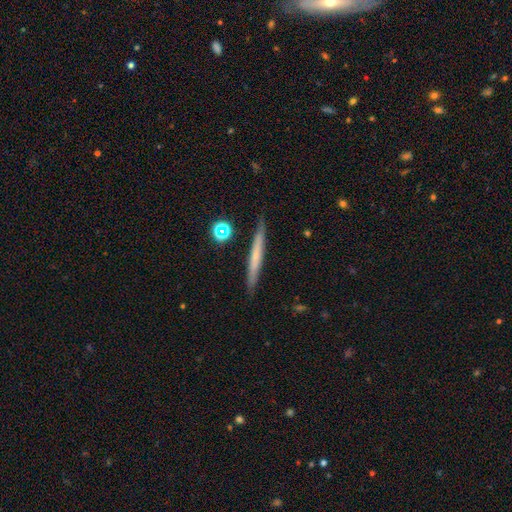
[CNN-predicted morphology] Smooth or featured?
  - smooth: 47% *
  - featured or disk: 46%
  - star or artifact: 7%
Merging?
  - none: 86% *
  - minor disturbance: 10%
  - merger: 2%
  - major disturbance: 2%